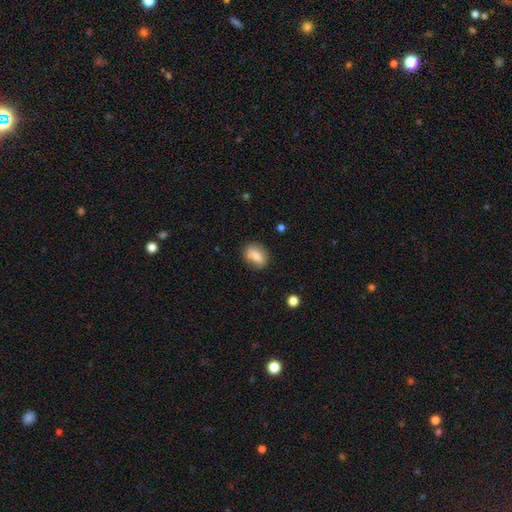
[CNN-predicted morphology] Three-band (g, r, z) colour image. It shows a smooth galaxy with no disk features (75%) that is in between round and cigar-shaped (72%). Merging: none (80%).